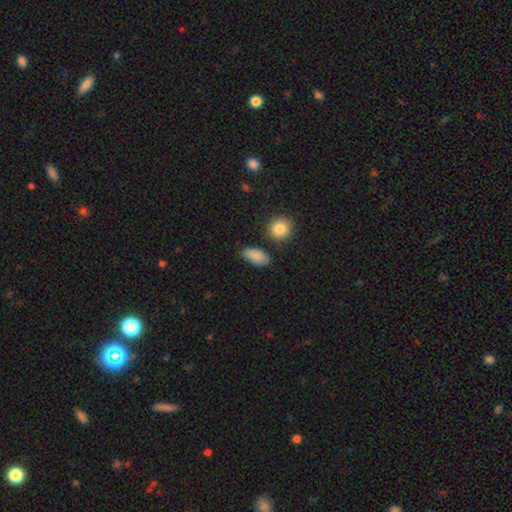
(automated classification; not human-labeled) Smooth or featured: smooth — 87% (star or artifact — 7%)
How rounded: in between — 90% (round — 5%)
Merging: none — 75% (minor disturbance — 16%)